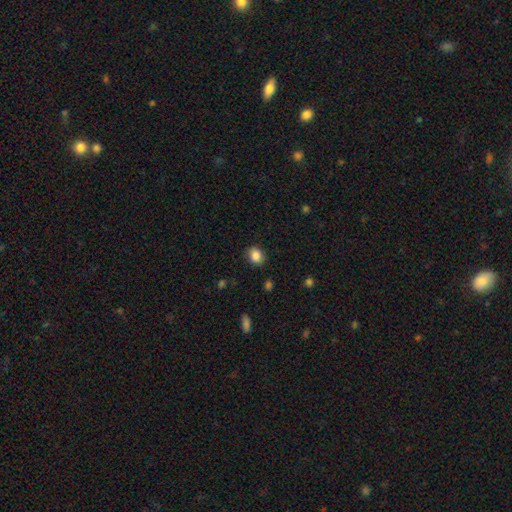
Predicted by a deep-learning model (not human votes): Smooth or featured?
  - smooth: 86% *
  - star or artifact: 9%
  - featured or disk: 5%
How rounded?
  - round: 55% *
  - in between: 44%
  - cigar-shaped: 1%
Merging?
  - none: 85% *
  - minor disturbance: 11%
  - major disturbance: 3%
  - merger: 1%